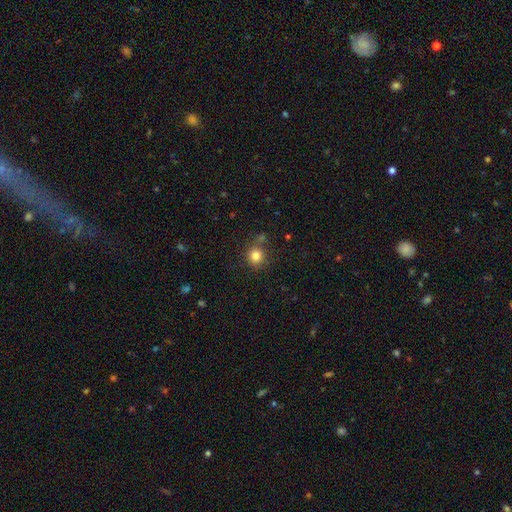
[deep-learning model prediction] smooth 82%, star or artifact 13%, featured or disk 6%. Down the decision tree: how rounded — round (91%); merging — none (77%).